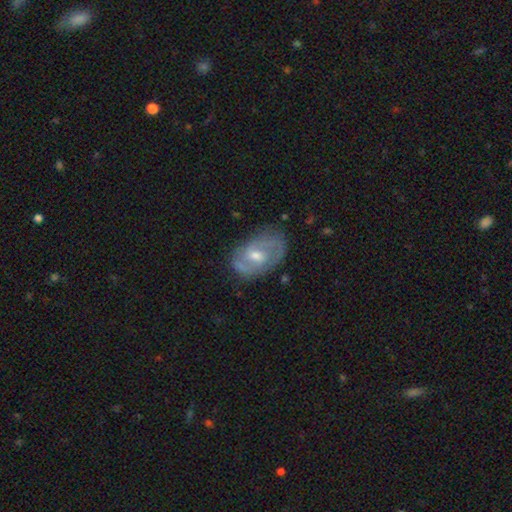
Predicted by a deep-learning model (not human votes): smooth-or-featured: featured or disk: 69% | smooth: 24% | star or artifact: 6%
  disk-edge-on: no: 95% | yes: 5%
    bar: weak: 46% | no: 44% | strong: 10%
    has-spiral-arms: yes: 75% | no: 25%
    bulge-size: moderate: 64% | small: 29% | large: 4% | none: 2% | dominant: 1%
  merging: none: 65% | minor disturbance: 25% | major disturbance: 8% | merger: 2%